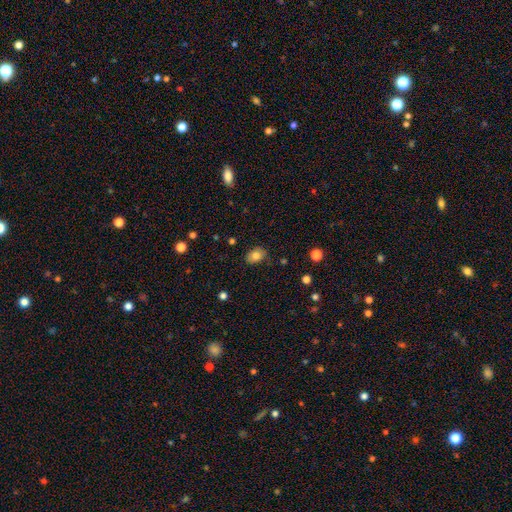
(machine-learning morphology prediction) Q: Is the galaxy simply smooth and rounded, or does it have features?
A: smooth — 80%.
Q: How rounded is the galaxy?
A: in between — 73%.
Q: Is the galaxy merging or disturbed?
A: none — 82%.